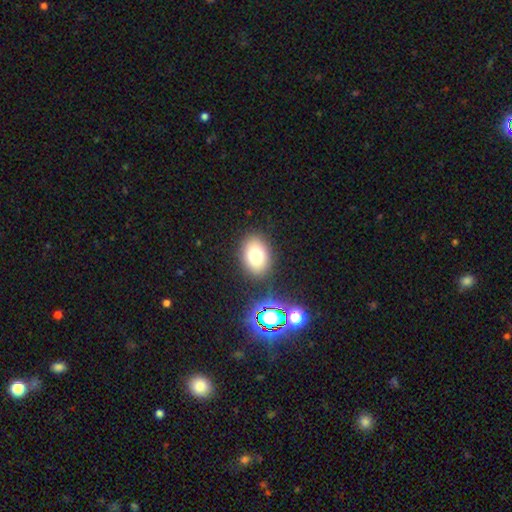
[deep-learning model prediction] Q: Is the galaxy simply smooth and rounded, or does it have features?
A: smooth — 75%.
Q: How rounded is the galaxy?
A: in between — 76%.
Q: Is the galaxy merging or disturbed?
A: none — 85%.